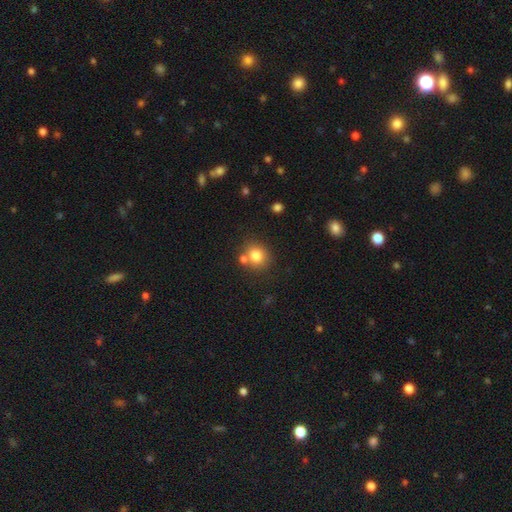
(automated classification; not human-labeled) smooth-or-featured: smooth: 81% | star or artifact: 11% | featured or disk: 8%
  how-rounded: round: 79% | in between: 20% | cigar-shaped: 1%
  merging: none: 66% | merger: 19% | minor disturbance: 11% | major disturbance: 4%